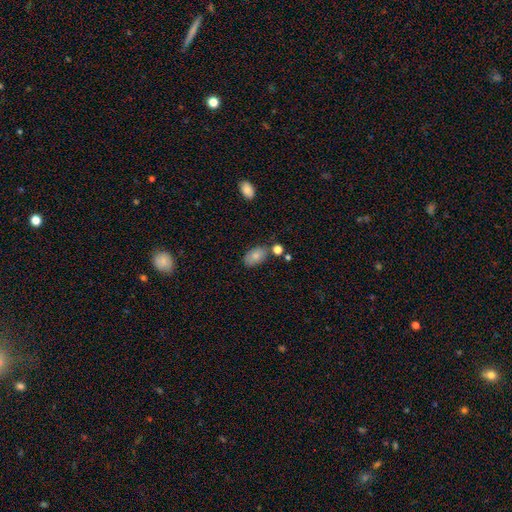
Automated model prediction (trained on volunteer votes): Smooth or featured? Predicted: smooth (p=0.80). How rounded? Predicted: in between (p=0.91). Merging? Predicted: none (p=0.67).